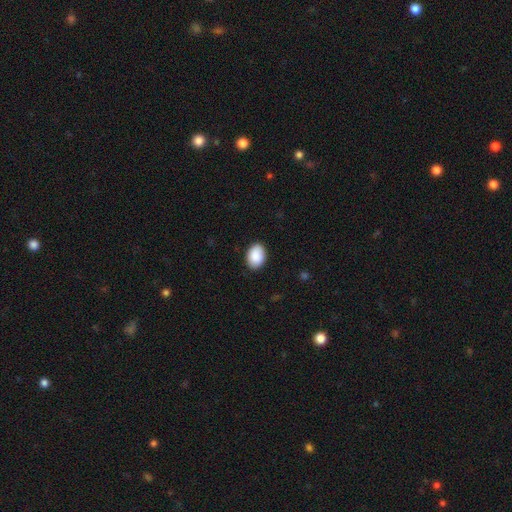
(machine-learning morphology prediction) This appears to be a smooth galaxy with no disk features (90%) that is in between round and cigar-shaped (81%). Merging: none (87%).